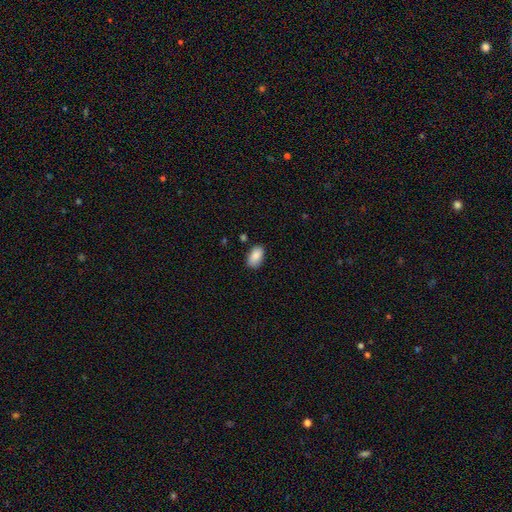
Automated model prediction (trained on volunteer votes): Smooth or featured? smooth (88%)
How rounded? in between (93%)
Merging? none (80%)